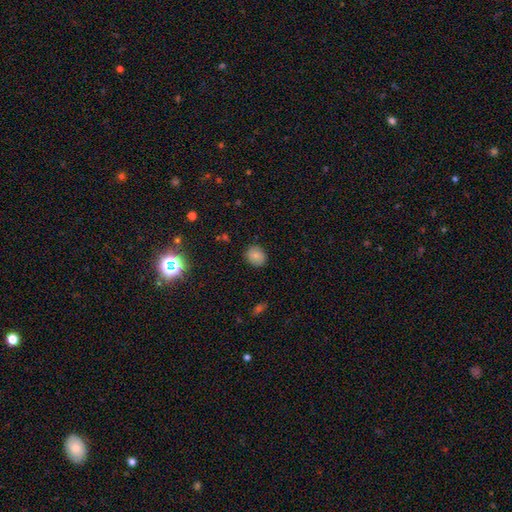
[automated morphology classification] Smooth or featured? Predicted: smooth (p=0.79). How rounded? Predicted: round (p=0.66). Merging? Predicted: none (p=0.86).